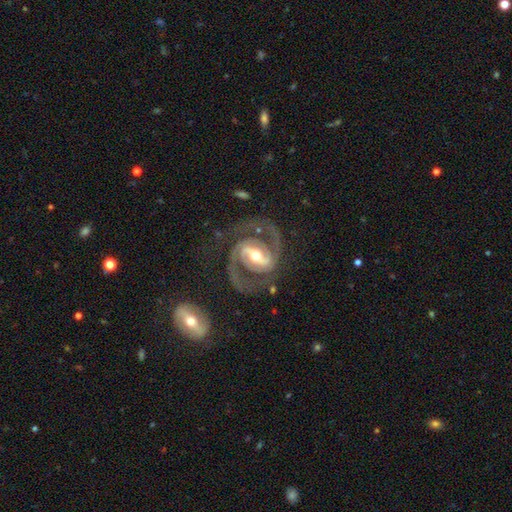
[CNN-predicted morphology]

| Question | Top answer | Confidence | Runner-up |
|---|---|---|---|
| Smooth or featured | featured or disk | 93% | star or artifact (4%) |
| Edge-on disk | no | 98% | yes (2%) |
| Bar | strong | 57% | weak (32%) |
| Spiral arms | yes | 98% | no (2%) |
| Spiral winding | medium | 60% | tight (30%) |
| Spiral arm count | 2 | 93% | 3 (2%) |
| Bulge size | moderate | 64% | small (27%) |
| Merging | none | 78% | minor disturbance (13%) |